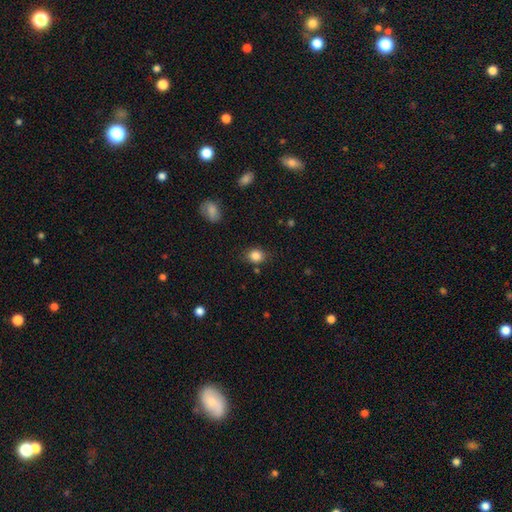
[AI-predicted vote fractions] Smooth or featured?
  - smooth: 85% *
  - star or artifact: 10%
  - featured or disk: 5%
How rounded?
  - round: 60% *
  - in between: 39%
  - cigar-shaped: 1%
Merging?
  - none: 78% *
  - minor disturbance: 15%
  - major disturbance: 4%
  - merger: 3%